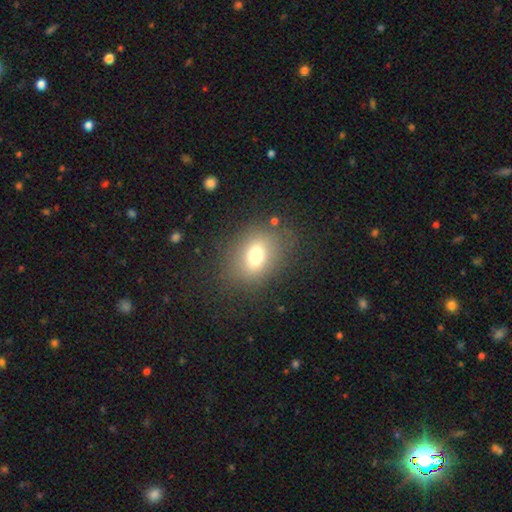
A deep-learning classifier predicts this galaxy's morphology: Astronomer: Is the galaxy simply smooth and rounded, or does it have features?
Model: smooth — 69%.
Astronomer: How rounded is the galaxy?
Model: in between — 57% (runner-up: round, 41%).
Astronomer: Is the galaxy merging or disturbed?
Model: none — 76%.